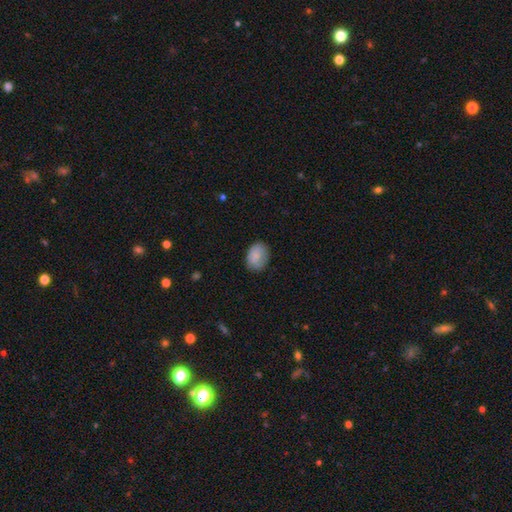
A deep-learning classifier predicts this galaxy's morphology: Smooth or featured? smooth (85%)
How rounded? in between (73%)
Merging? none (76%)